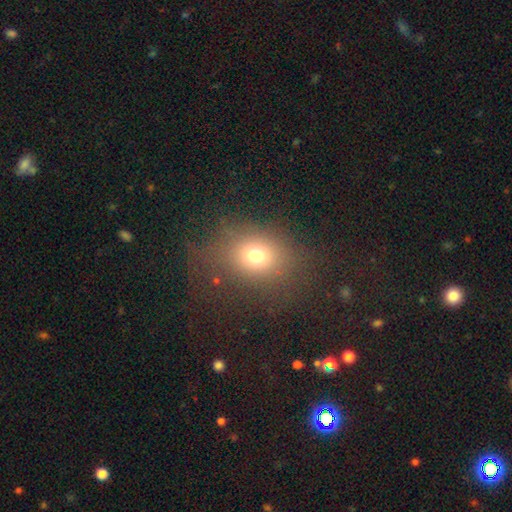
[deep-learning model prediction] Smooth or featured: smooth — 71% (star or artifact — 17%)
How rounded: round — 53% (in between — 45%)
Merging: none — 71% (minor disturbance — 15%)